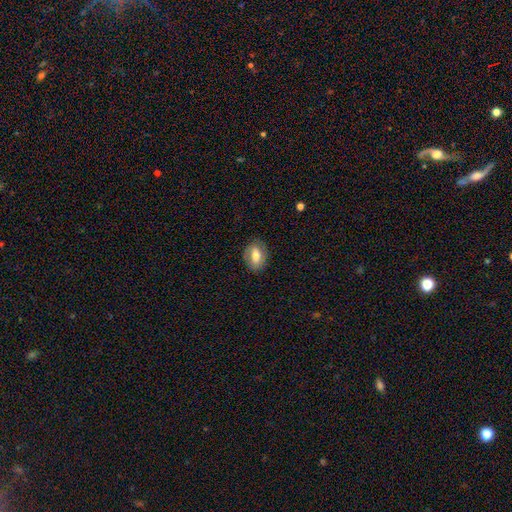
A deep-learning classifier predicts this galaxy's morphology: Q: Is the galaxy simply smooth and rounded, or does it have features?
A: smooth — 62%.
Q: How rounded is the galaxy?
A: in between — 78%.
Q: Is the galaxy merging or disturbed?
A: none — 82%.